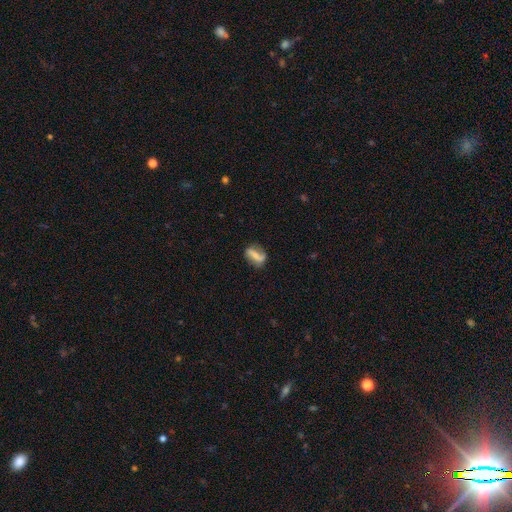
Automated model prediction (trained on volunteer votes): smooth-or-featured: featured or disk: 52% | smooth: 39% | star or artifact: 8%
  disk-edge-on: no: 91% | yes: 9%
  merging: none: 70% | minor disturbance: 20% | major disturbance: 8% | merger: 2%